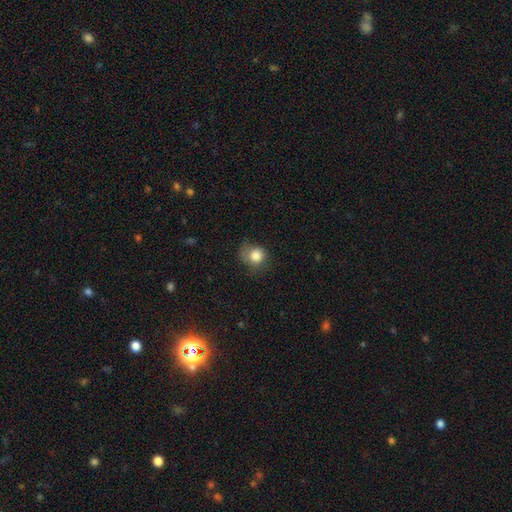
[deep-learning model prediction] smooth-or-featured: smooth: 82% | star or artifact: 10% | featured or disk: 8%
  how-rounded: round: 78% | in between: 21% | cigar-shaped: 1%
  merging: none: 50% | minor disturbance: 31% | major disturbance: 17% | merger: 2%